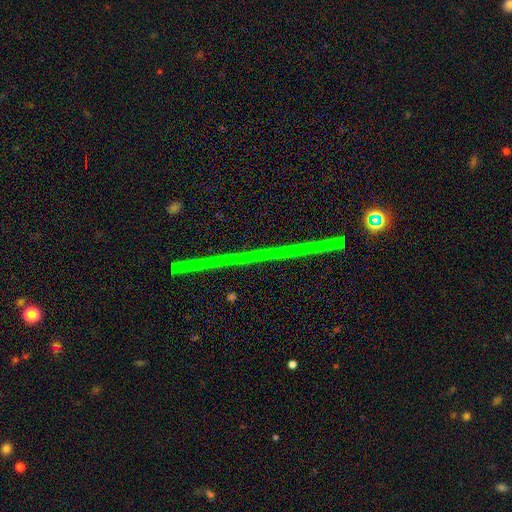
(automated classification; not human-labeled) Q: Smooth or featured?
A: star or artifact (83%); runner-up: featured or disk (12%)